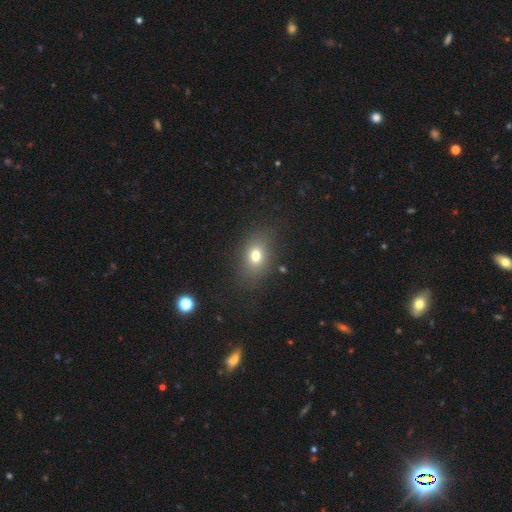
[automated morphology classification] type=smooth (75%); roundness=in between (74%); merging=none (81%).